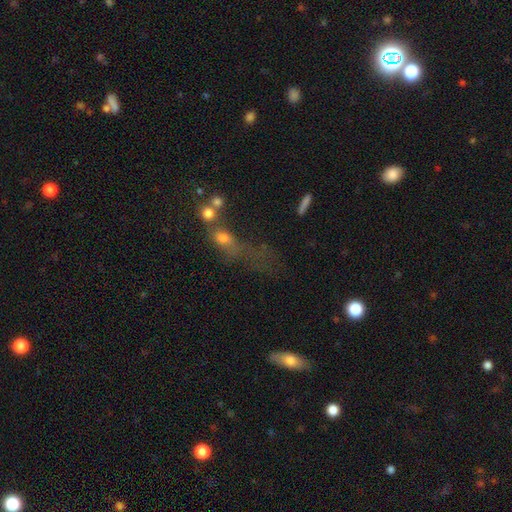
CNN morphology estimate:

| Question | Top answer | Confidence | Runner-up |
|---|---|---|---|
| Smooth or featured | smooth | 41% | star or artifact (33%) |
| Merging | merger | 32% | none (30%) |